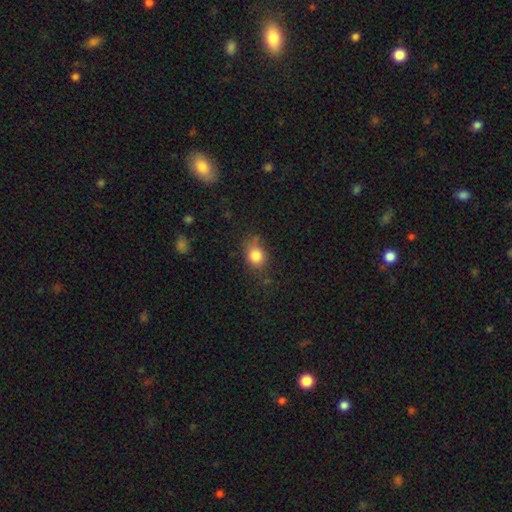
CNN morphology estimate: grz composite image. It shows a smooth galaxy with no disk features (82%) that is round (54%). Merging: none (65%).